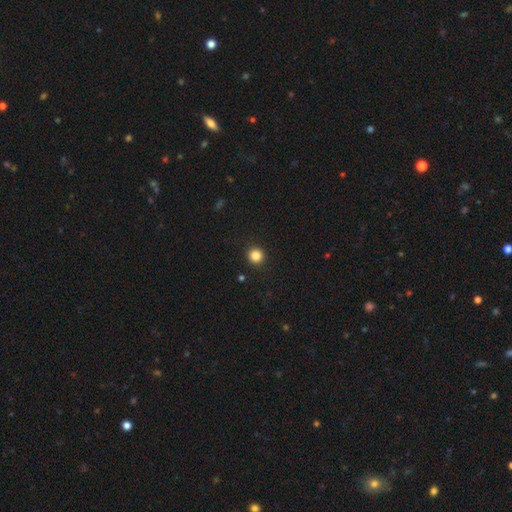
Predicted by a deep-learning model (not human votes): smooth_or_featured: smooth (p=0.85) [alt: star or artifact p=0.11]
how_rounded: round (p=0.95) [alt: in between p=0.04]
merging: none (p=0.93) [alt: minor disturbance p=0.05]